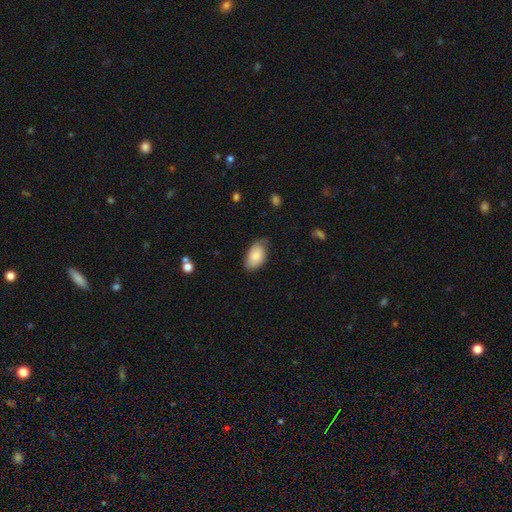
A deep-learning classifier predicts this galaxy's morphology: smooth-or-featured: smooth: 80% | featured or disk: 13% | star or artifact: 6%
  how-rounded: in between: 94% | round: 5% | cigar-shaped: 2%
  merging: none: 61% | minor disturbance: 31% | major disturbance: 7% | merger: 1%